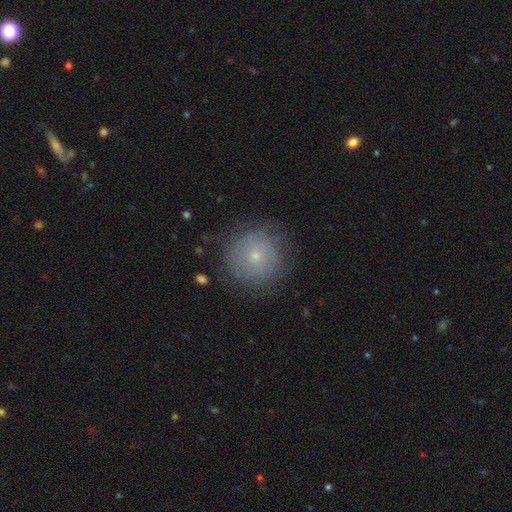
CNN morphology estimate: Smooth or featured?
  - smooth: 56% *
  - featured or disk: 33%
  - star or artifact: 10%
How rounded?
  - round: 93% *
  - in between: 6%
  - cigar-shaped: 1%
Merging?
  - none: 76% *
  - minor disturbance: 16%
  - major disturbance: 7%
  - merger: 1%